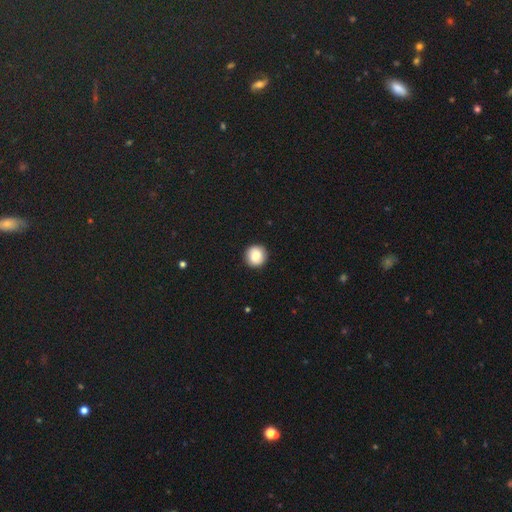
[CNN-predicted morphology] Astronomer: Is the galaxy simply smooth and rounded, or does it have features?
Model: smooth — 81%.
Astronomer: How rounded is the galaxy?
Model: round — 95%.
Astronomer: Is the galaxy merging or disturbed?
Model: none — 92%.